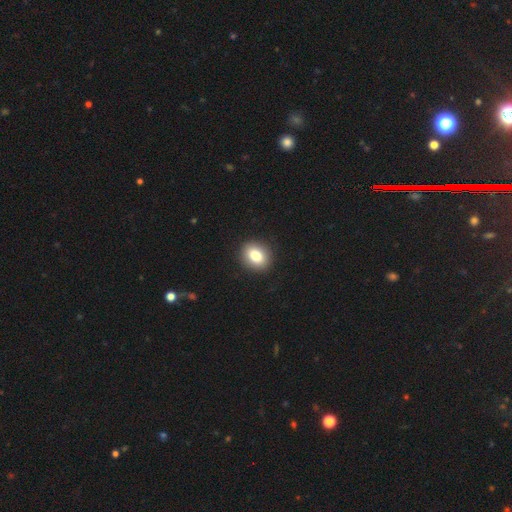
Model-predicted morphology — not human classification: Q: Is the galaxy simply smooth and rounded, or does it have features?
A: smooth — 82%.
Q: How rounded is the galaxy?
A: round — 52%.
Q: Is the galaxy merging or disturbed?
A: none — 91%.